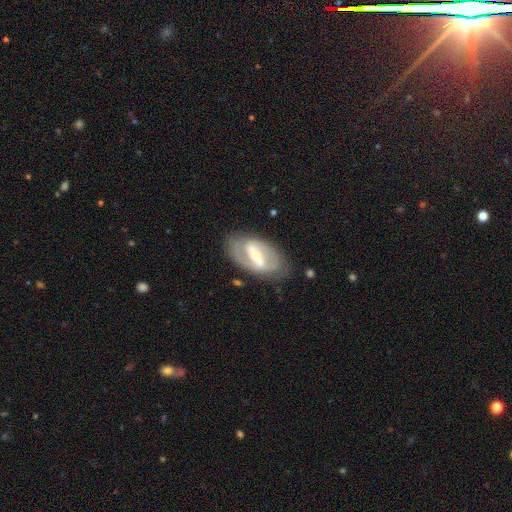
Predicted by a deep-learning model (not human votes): This is clearly a featured or disk galaxy (80%). It is clearly not viewed edge-on (93%). Bar: likely strong (64%). Spiral arm pattern: likely yes (70%). Spiral arm count: likely 2 (80%). Spiral winding: marginally medium (43%). Central bulge: possibly small (50%). Merging: likely none (75%).